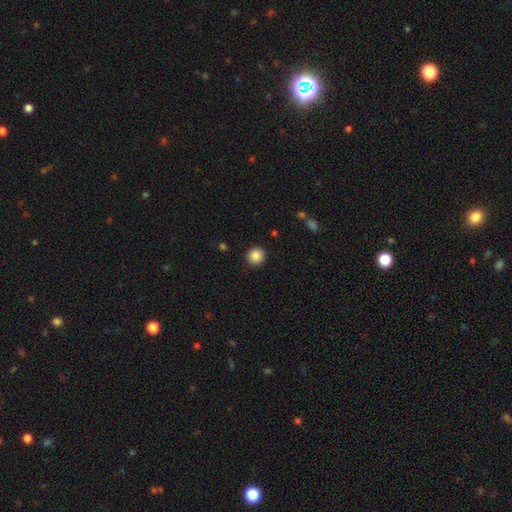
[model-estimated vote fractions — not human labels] A smooth galaxy with no disk features (88%) that is round (91%).

Vote fractions:
- Smooth or featured? smooth: 88% / star or artifact: 9% / featured or disk: 3%
- How rounded? round: 91% / in between: 8% / cigar-shaped: 1%
- Merging? none: 91% / minor disturbance: 5% / major disturbance: 2% / merger: 1%